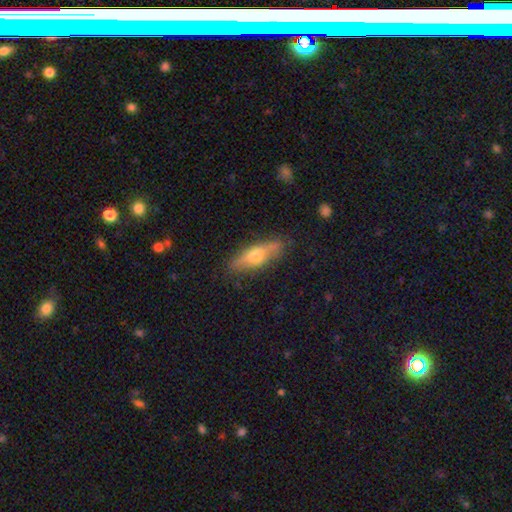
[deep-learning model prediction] Q: Smooth or featured?
A: featured or disk (54%); runner-up: smooth (40%)
Q: Edge-on disk?
A: yes (86%); runner-up: no (14%)
Q: Merging?
A: none (84%); runner-up: minor disturbance (12%)